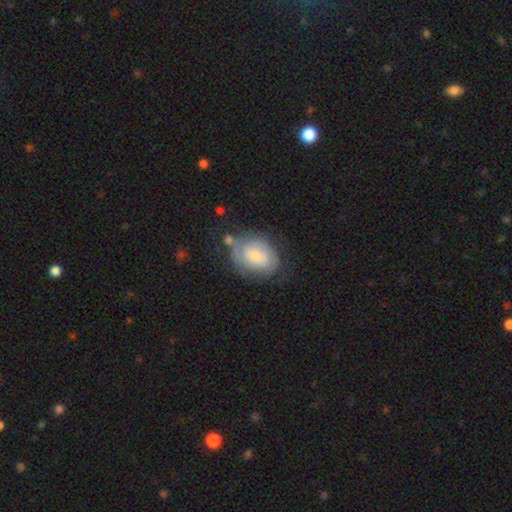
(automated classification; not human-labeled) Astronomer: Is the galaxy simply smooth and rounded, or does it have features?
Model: featured or disk — 48% (runner-up: smooth, 45%).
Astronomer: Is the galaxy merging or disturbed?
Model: none — 51%.